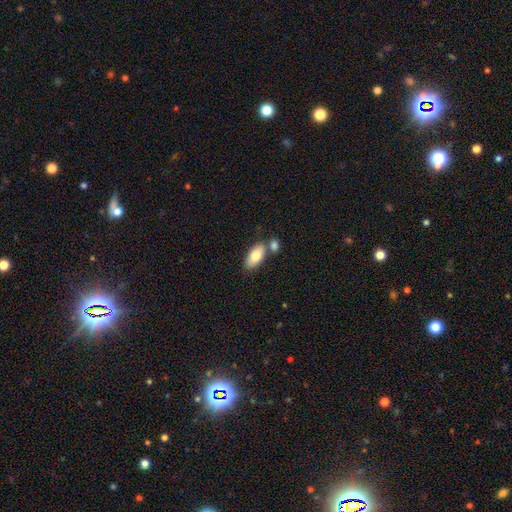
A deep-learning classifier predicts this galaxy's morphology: smooth-or-featured: smooth: 80% | featured or disk: 14% | star or artifact: 6%
  how-rounded: in between: 91% | cigar-shaped: 6% | round: 3%
  merging: none: 61% | merger: 24% | minor disturbance: 12% | major disturbance: 3%